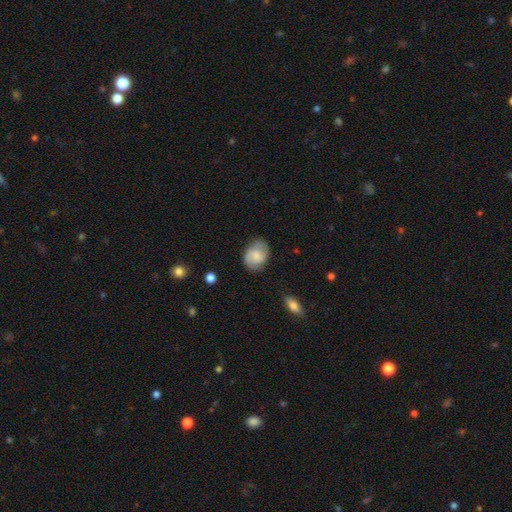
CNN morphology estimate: type=smooth (58%); roundness=in between (62%); merging=none (74%).